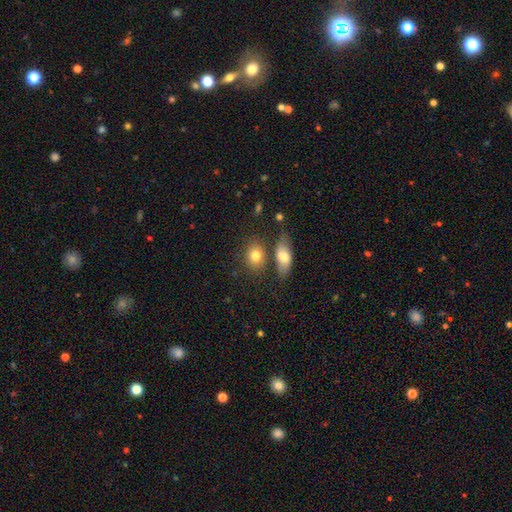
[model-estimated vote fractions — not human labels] Smooth or featured? Predicted: smooth (p=0.79). How rounded? Predicted: in between (p=0.58). Merging? Predicted: none (p=0.64).